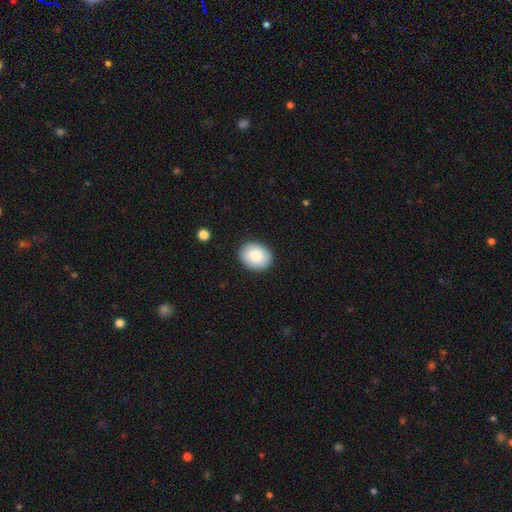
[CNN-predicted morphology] type=smooth (86%); roundness=in between (55%); merging=none (89%).